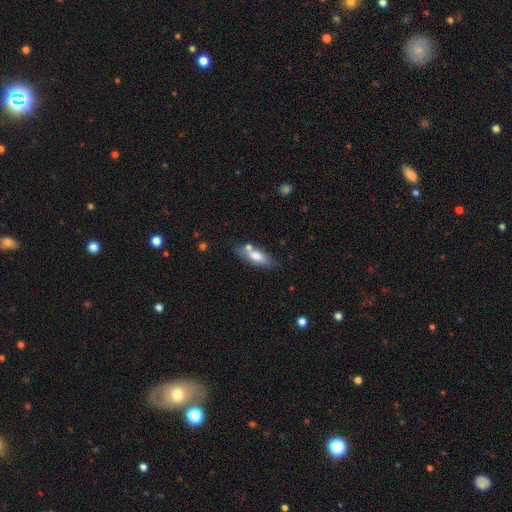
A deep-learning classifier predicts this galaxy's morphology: Q: Smooth or featured?
A: smooth (65%); runner-up: featured or disk (28%)
Q: How rounded?
A: in between (59%); runner-up: cigar-shaped (38%)
Q: Merging?
A: none (64%); runner-up: minor disturbance (17%)